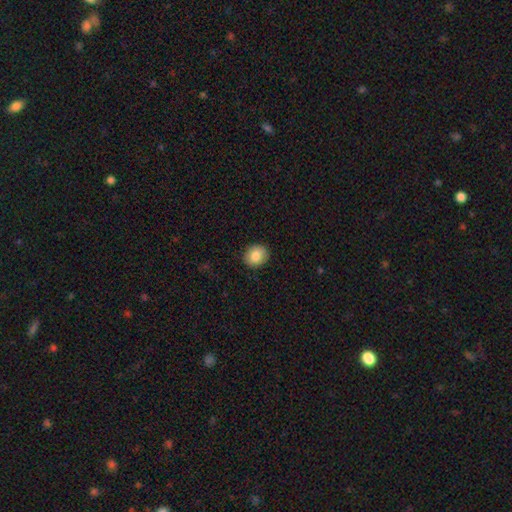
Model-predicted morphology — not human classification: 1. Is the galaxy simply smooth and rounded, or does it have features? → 85% smooth, 8% star or artifact, 7% featured or disk.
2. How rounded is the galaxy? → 70% round, 29% in between, 1% cigar-shaped.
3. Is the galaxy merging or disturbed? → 90% none, 7% minor disturbance, 2% major disturbance, 1% merger.